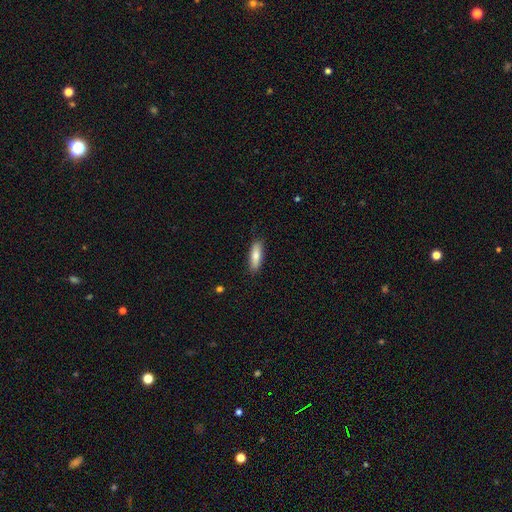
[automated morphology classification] Smooth or featured: smooth — 80% (featured or disk — 14%)
How rounded: in between — 50% (cigar-shaped — 49%)
Merging: none — 87% (minor disturbance — 10%)